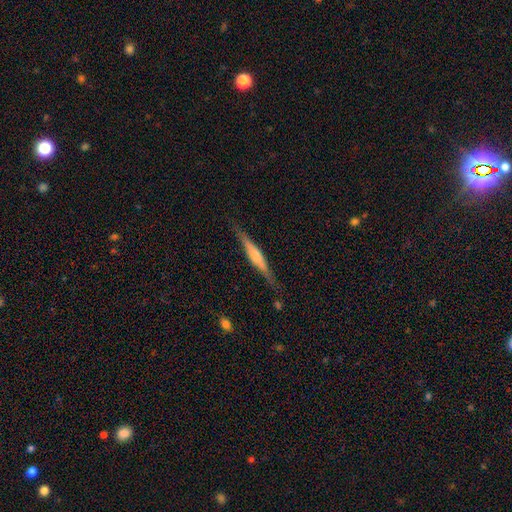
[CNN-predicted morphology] Smooth or featured? Predicted: featured or disk (p=0.67). Edge-on disk? Predicted: yes (p=0.97). Edge-on bulge? Predicted: rounded (p=0.70). Merging? Predicted: none (p=0.85).